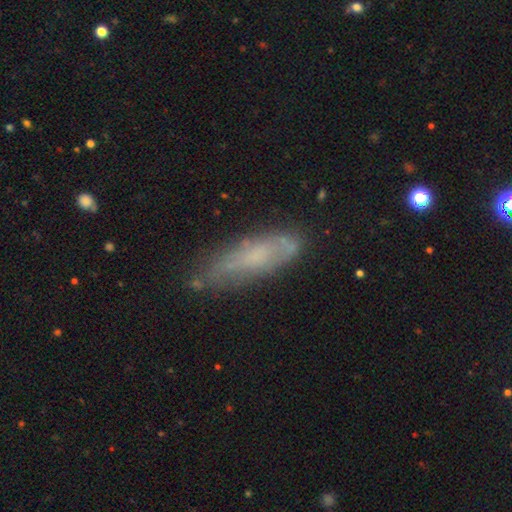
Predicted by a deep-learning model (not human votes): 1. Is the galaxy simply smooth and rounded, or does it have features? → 51% smooth, 41% featured or disk, 9% star or artifact.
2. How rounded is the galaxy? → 60% cigar-shaped, 39% in between, 2% round.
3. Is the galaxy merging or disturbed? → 64% none, 24% minor disturbance, 7% major disturbance, 4% merger.